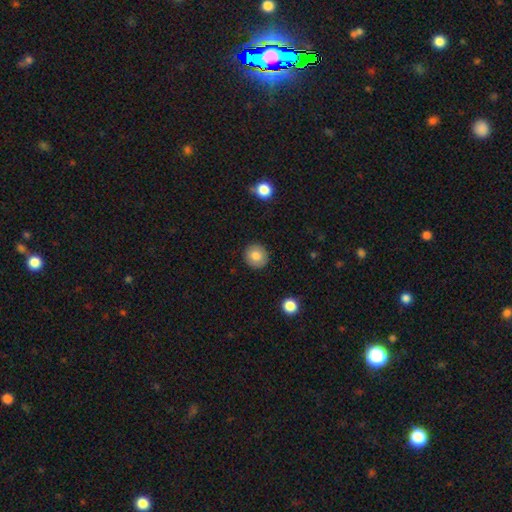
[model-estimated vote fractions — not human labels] smooth-or-featured: smooth: 81% | featured or disk: 10% | star or artifact: 8%
  how-rounded: round: 92% | in between: 7% | cigar-shaped: 1%
  merging: none: 91% | minor disturbance: 6% | major disturbance: 2% | merger: 1%